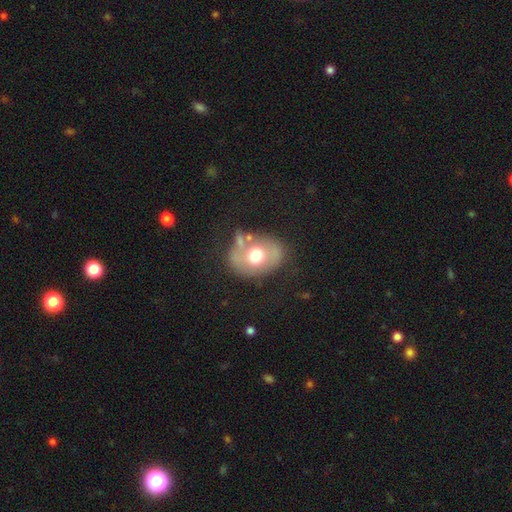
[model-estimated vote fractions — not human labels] A smooth galaxy with no disk features (52%) that is in between round and cigar-shaped (58%).

Vote fractions:
- Smooth or featured? smooth: 52% / featured or disk: 39% / star or artifact: 9%
- How rounded? in between: 58% / round: 41% / cigar-shaped: 1%
- Merging? none: 55% / minor disturbance: 22% / major disturbance: 13% / merger: 10%